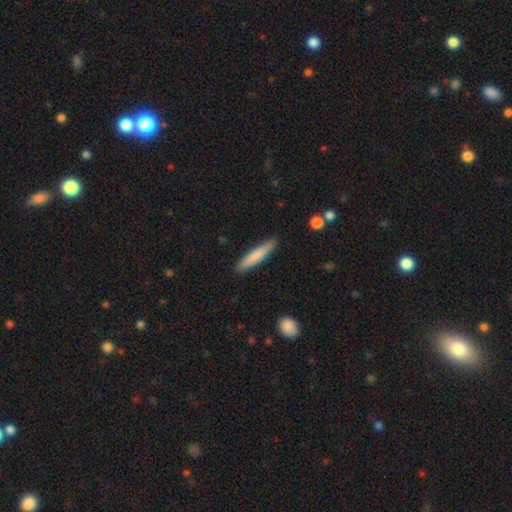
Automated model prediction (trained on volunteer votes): This is likely a smooth galaxy (77%). How rounded: clearly cigar-shaped (91%). Merging: clearly none (90%).